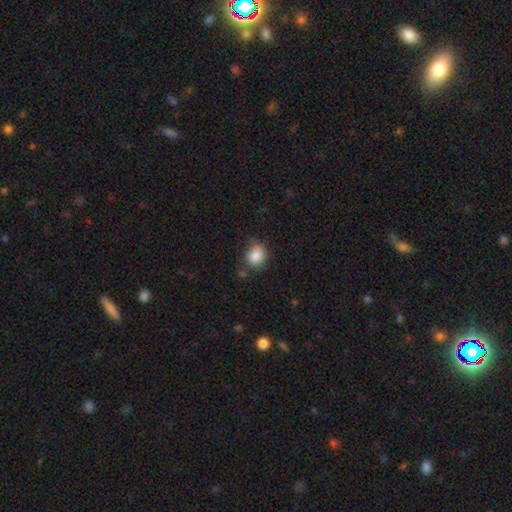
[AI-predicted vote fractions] smooth 86%, star or artifact 9%, featured or disk 5%. Down the decision tree: how rounded — round (66%); merging — none (71%).